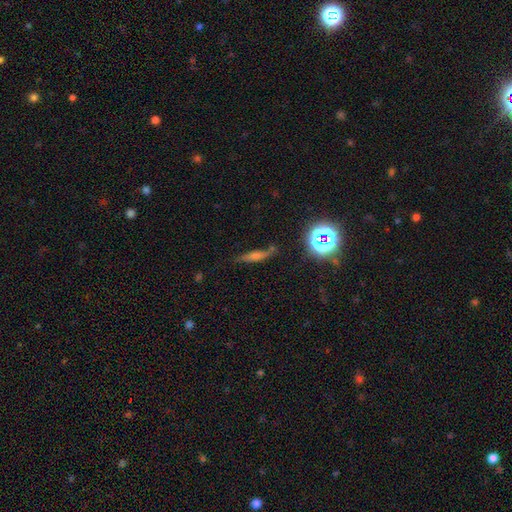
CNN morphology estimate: smooth_or_featured: featured or disk (p=0.41) [alt: smooth p=0.38]
merging: none (p=0.72) [alt: minor disturbance p=0.18]